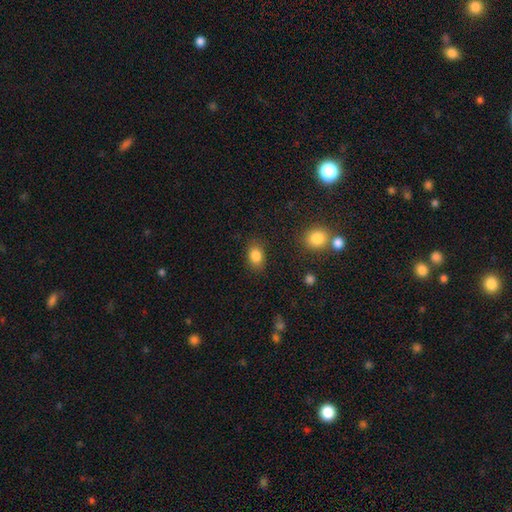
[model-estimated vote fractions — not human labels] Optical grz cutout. It shows a smooth galaxy with no disk features (85%) that is in between round and cigar-shaped (73%). Merging: none (81%).